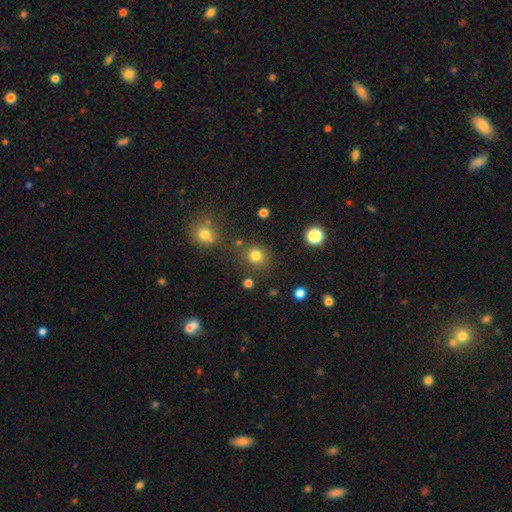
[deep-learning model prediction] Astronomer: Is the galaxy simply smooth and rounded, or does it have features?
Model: smooth — 78%.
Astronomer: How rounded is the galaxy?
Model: round — 86%.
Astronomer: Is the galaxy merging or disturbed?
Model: none — 80%.